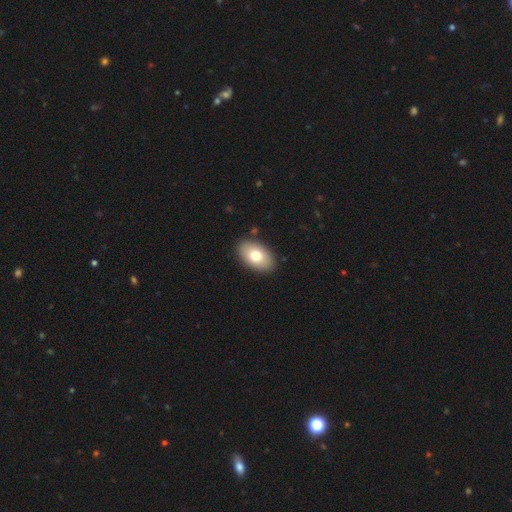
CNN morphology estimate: smooth 75%, featured or disk 18%, star or artifact 7%. Down the decision tree: how rounded — in between (93%); merging — none (88%).